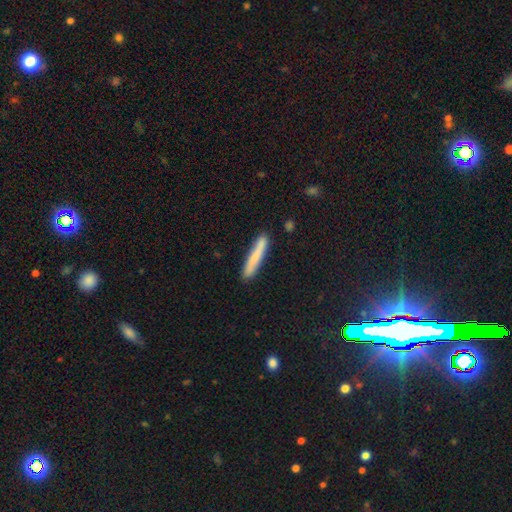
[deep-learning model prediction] Overall: smooth (75%). How rounded: cigar-shaped (94%). Merging: none (86%).